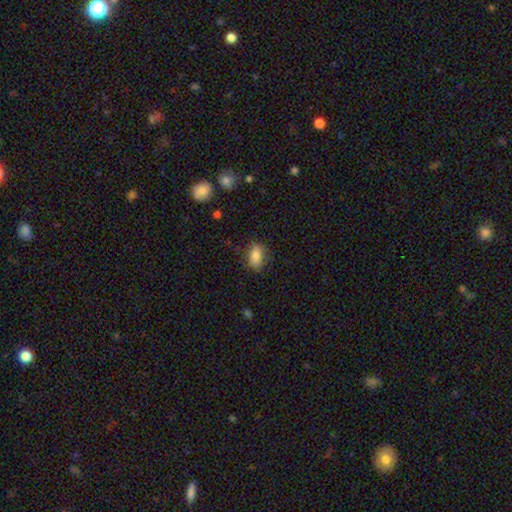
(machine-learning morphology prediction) smooth_or_featured: smooth (p=0.82) [alt: featured or disk p=0.10]
how_rounded: in between (p=0.85) [alt: round p=0.11]
merging: none (p=0.80) [alt: minor disturbance p=0.15]